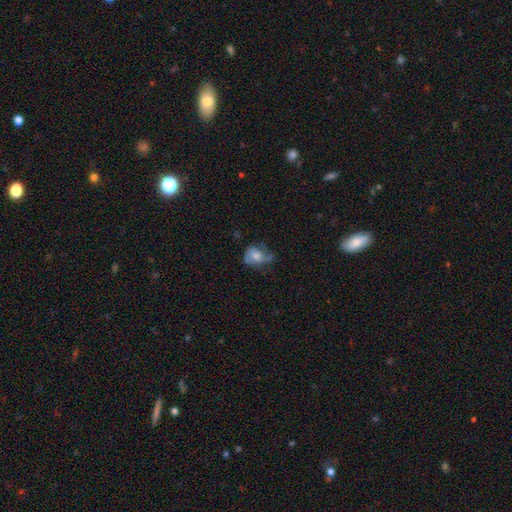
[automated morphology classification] smooth_or_featured: smooth (p=0.48) [alt: featured or disk p=0.43]
merging: none (p=0.40) [alt: minor disturbance p=0.30]